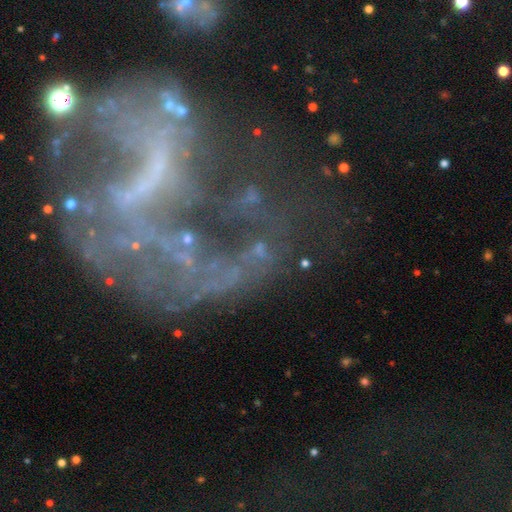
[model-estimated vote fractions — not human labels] featured or disk 67%, star or artifact 21%, smooth 12%. Down the decision tree: edge-on disk — no (95%); bar — no (39%); spiral arms — no (53%); bulge size — none (65%); merging — major disturbance (40%).